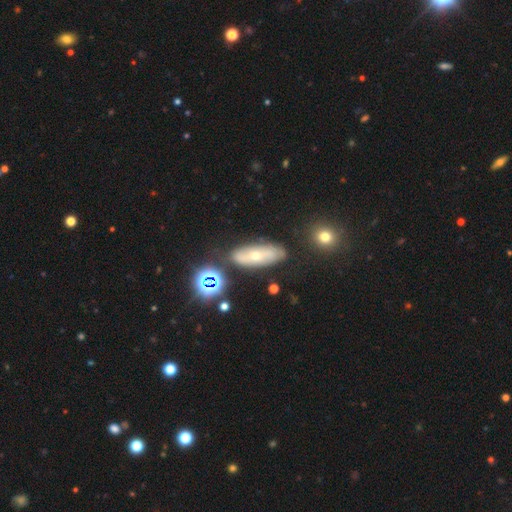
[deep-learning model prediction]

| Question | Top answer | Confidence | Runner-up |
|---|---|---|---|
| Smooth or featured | featured or disk | 48% | smooth (40%) |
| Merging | none | 75% | minor disturbance (15%) |